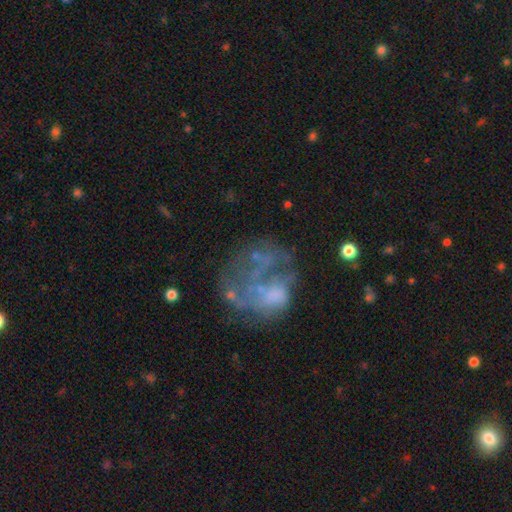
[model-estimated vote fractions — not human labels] This is possibly a featured or disk galaxy (60%). It is clearly not viewed edge-on (98%). Bar: clearly no (87%). Spiral arm pattern: likely no (78%). Central bulge: likely none (64%). Merging: marginally major disturbance (39%).